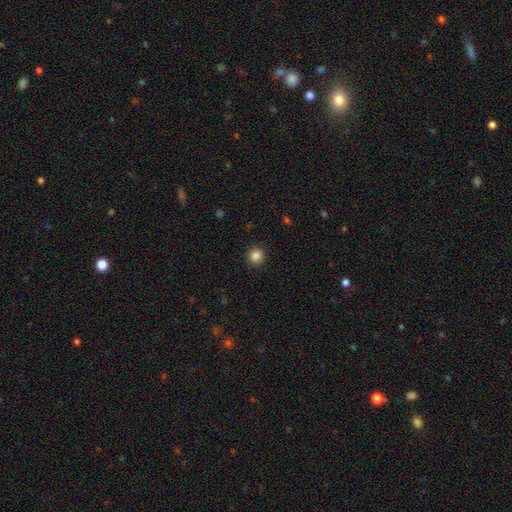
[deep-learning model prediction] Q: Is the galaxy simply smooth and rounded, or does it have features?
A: smooth — 85%.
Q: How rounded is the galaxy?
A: round — 94%.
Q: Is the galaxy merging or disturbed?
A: none — 92%.